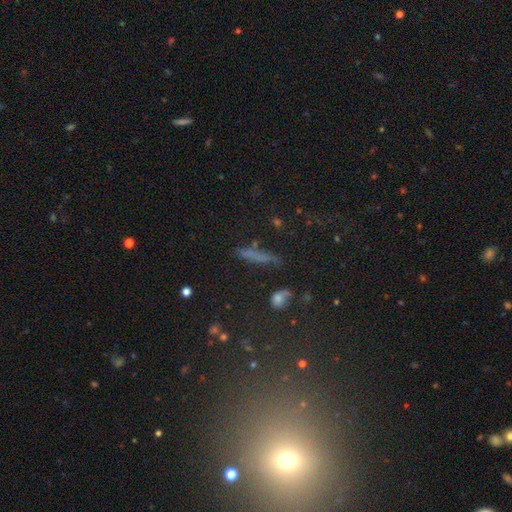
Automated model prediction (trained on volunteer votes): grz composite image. It shows a smooth galaxy with no disk features (59%) that is cigar-shaped (86%). Merging: none (73%).